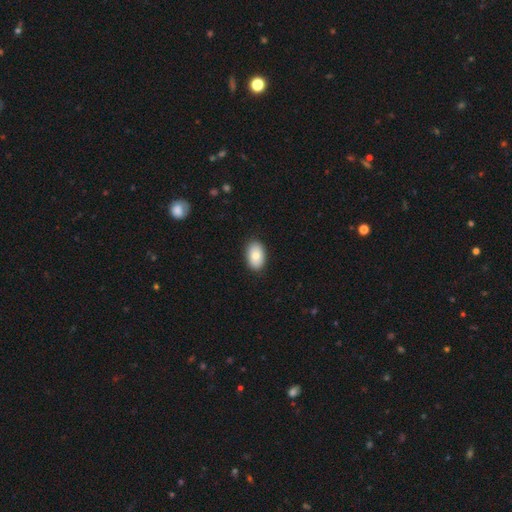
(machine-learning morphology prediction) Overall: smooth (79%). How rounded: in between (89%). Merging: none (88%).